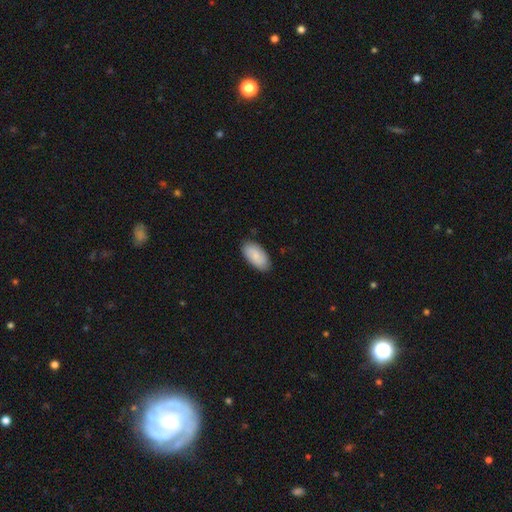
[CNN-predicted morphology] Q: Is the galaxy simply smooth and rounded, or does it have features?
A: smooth — 81%.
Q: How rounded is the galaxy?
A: in between — 95%.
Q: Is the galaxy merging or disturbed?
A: none — 85%.